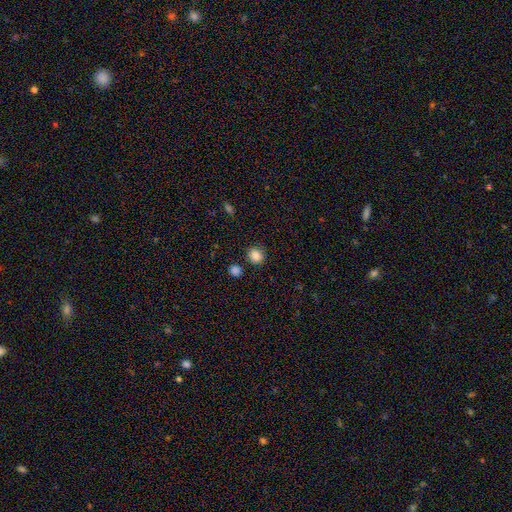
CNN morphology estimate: type=smooth (86%); roundness=round (84%); merging=none (84%).